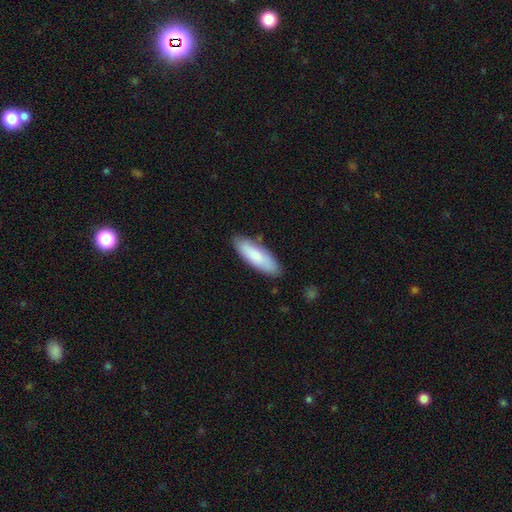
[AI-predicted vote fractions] smooth_or_featured: smooth (p=0.82) [alt: featured or disk p=0.13]
how_rounded: in between (p=0.54) [alt: cigar-shaped p=0.45]
merging: none (p=0.84) [alt: minor disturbance p=0.12]